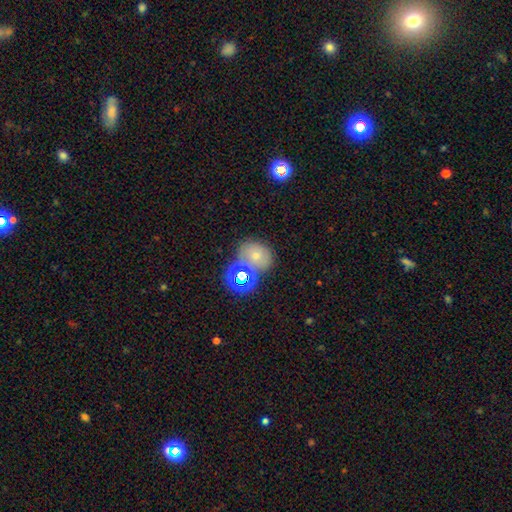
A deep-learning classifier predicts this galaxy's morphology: Overall: smooth (60%; star or artifact 22%). How rounded: round (52%; in between 47%). Merging: none (53%; merger 28%).